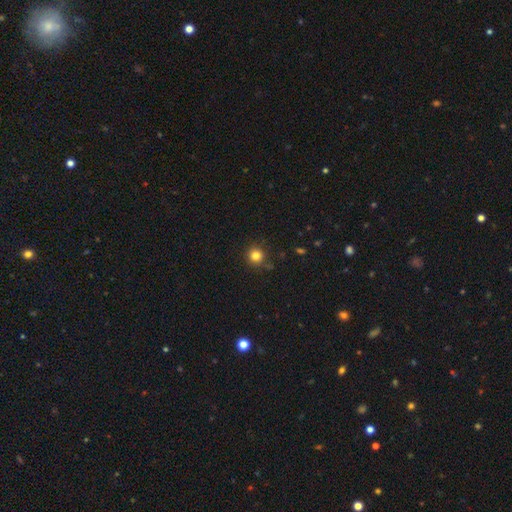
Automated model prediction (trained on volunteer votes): This appears to be a smooth galaxy with no disk features (82%) that is round (93%). Merging: none (85%).